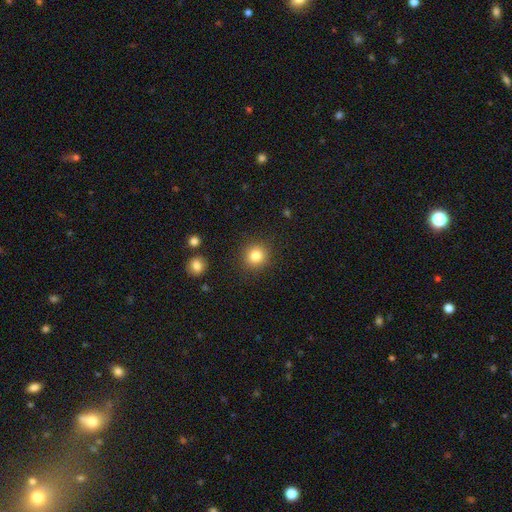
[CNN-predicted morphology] smooth-or-featured: smooth: 84% | star or artifact: 11% | featured or disk: 6%
  how-rounded: round: 89% | in between: 10% | cigar-shaped: 1%
  merging: none: 89% | minor disturbance: 7% | major disturbance: 3% | merger: 2%